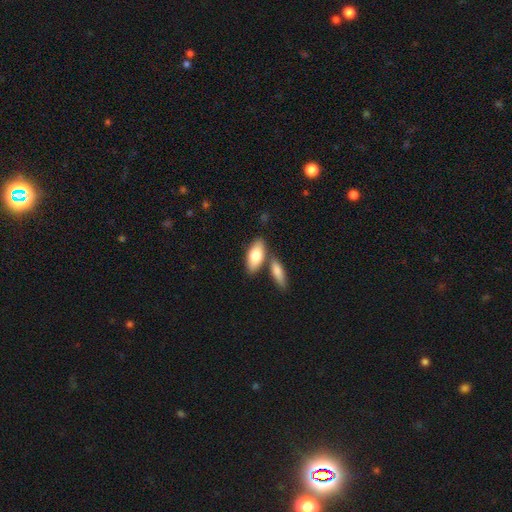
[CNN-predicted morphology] Overall: smooth (77%). How rounded: in between (85%). Merging: none (63%; merger 23%).